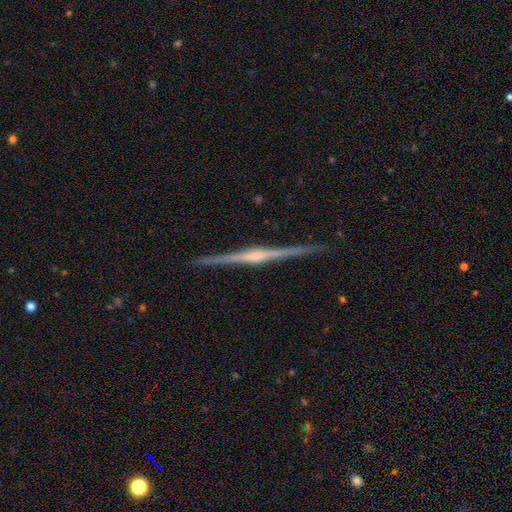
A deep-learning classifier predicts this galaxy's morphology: Smooth or featured: featured or disk — 86% (smooth — 9%)
Edge-on disk: yes — 99% (no — 1%)
Edge-on bulge: rounded — 67% (boxy — 17%)
Merging: none — 92% (minor disturbance — 6%)